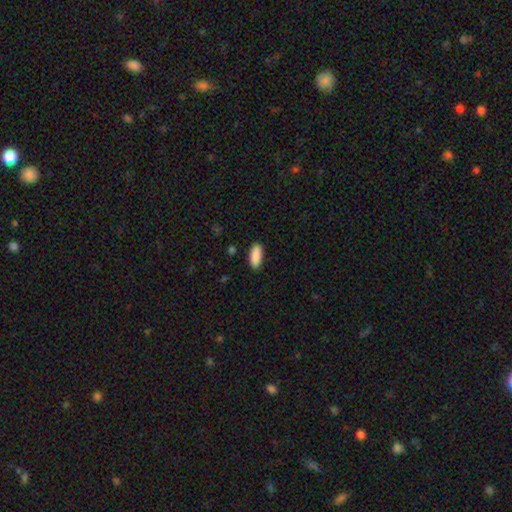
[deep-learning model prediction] Smooth or featured? Predicted: smooth (p=0.91). How rounded? Predicted: in between (p=0.81). Merging? Predicted: none (p=0.88).